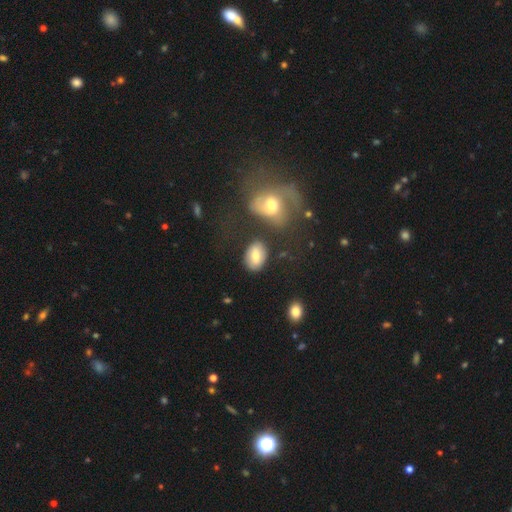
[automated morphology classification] smooth 73%, featured or disk 20%, star or artifact 8%. Down the decision tree: how rounded — in between (77%); merging — none (73%).